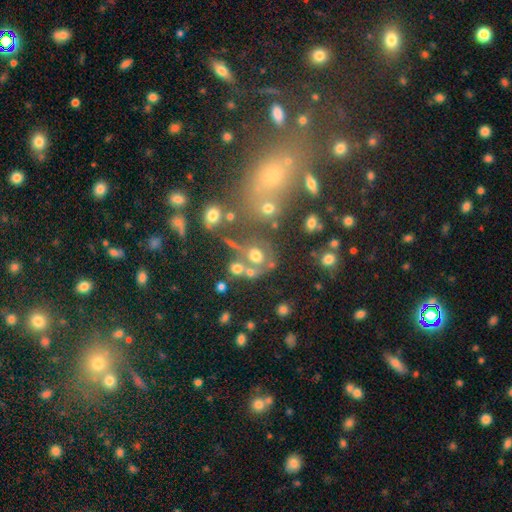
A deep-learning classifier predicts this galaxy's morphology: A smooth galaxy with no disk features (61%) that is round (74%). Merging: none (47%).